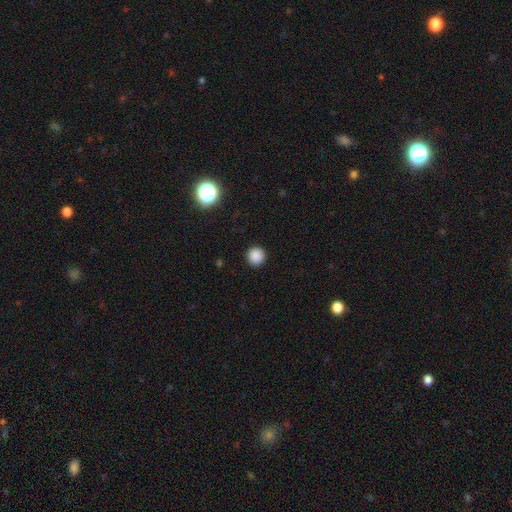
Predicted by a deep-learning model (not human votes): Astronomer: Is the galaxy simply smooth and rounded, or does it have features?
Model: smooth — 87%.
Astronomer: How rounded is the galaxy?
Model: round — 95%.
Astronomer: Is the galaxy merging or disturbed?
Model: none — 93%.